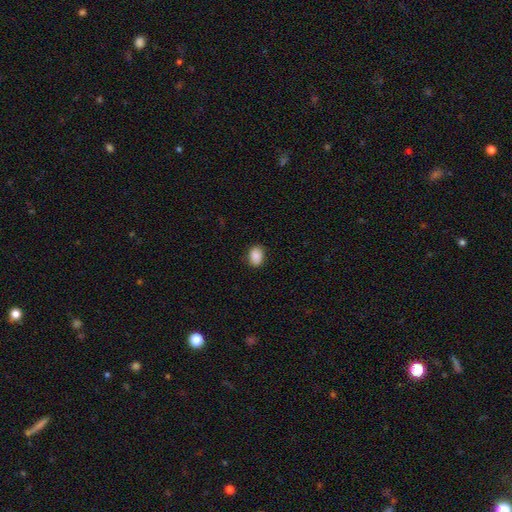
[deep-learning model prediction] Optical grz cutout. It shows a smooth galaxy with no disk features (88%) that is in between round and cigar-shaped (74%). Merging: none (86%).